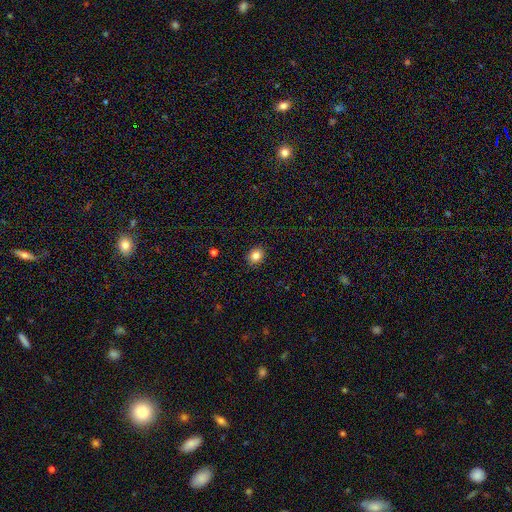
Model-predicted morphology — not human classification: A smooth galaxy with no disk features (84%) that is round (62%). Merging: none (90%).